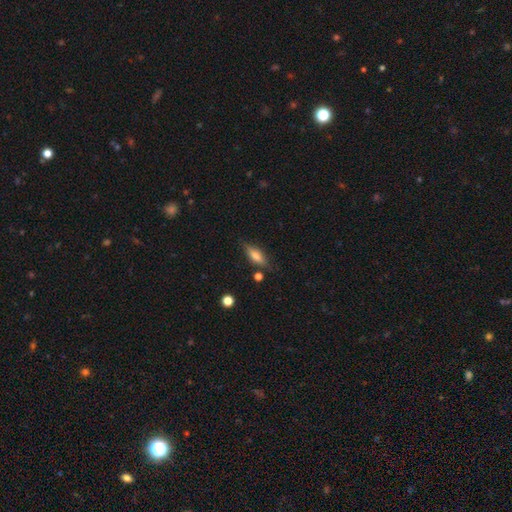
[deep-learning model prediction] Q: Smooth or featured?
A: smooth (60%); runner-up: featured or disk (32%)
Q: How rounded?
A: in between (57%); runner-up: cigar-shaped (40%)
Q: Merging?
A: none (80%); runner-up: minor disturbance (14%)